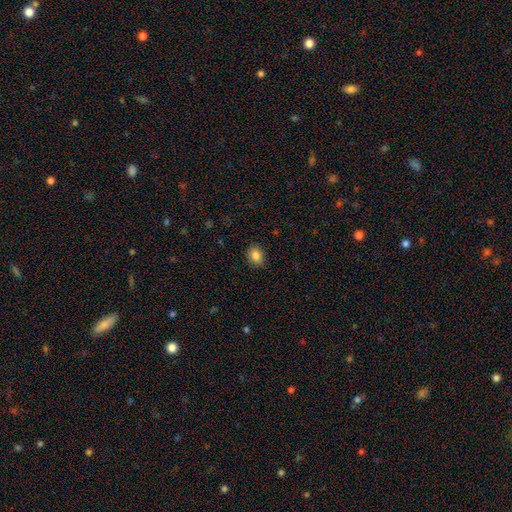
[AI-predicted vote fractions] Smooth or featured: smooth — 85% (star or artifact — 10%)
How rounded: round — 50% (in between — 49%)
Merging: none — 87% (minor disturbance — 10%)